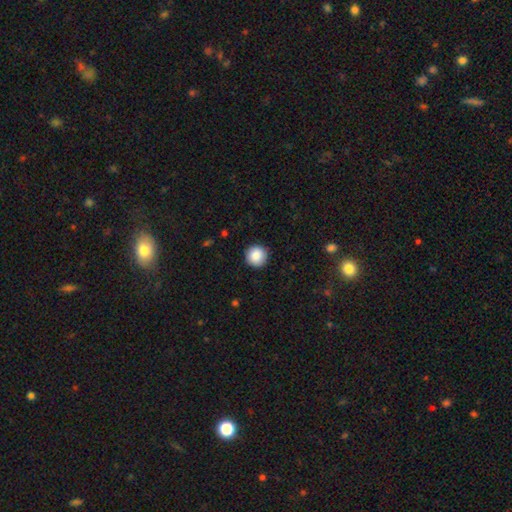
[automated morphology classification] smooth-or-featured: smooth: 87% | star or artifact: 8% | featured or disk: 5%
  how-rounded: round: 96% | in between: 3% | cigar-shaped: 1%
  merging: none: 92% | minor disturbance: 5% | major disturbance: 2% | merger: 1%